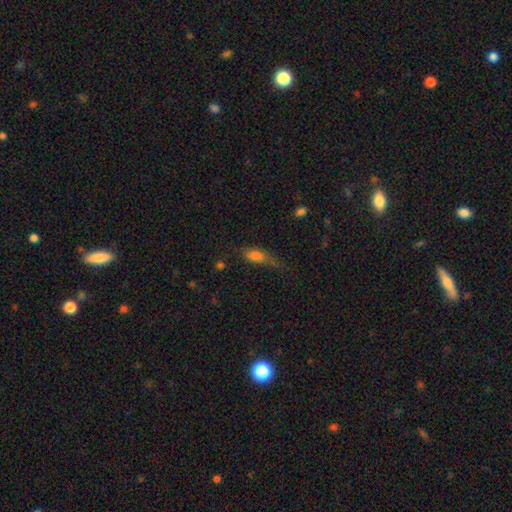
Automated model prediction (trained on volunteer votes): Smooth or featured: smooth — 73% (featured or disk — 17%)
How rounded: in between — 71% (cigar-shaped — 24%)
Merging: none — 36% (minor disturbance — 34%)